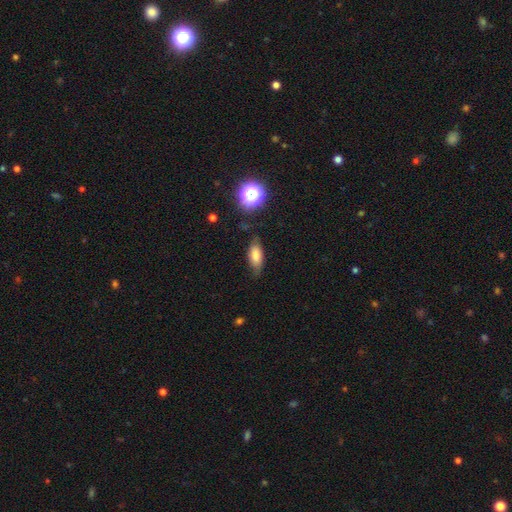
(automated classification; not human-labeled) Morphology: type=smooth (72%); roundness=in between (78%); merging=none (66%).